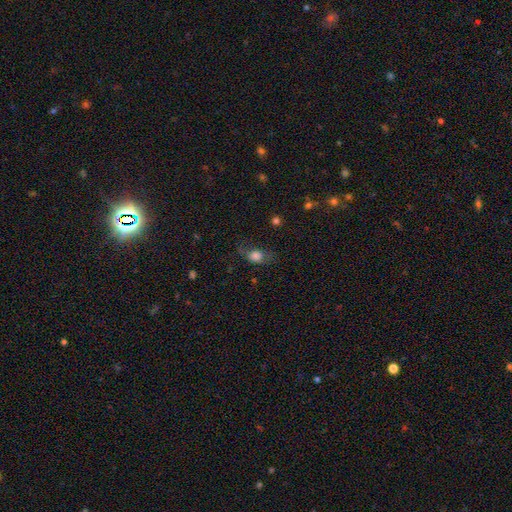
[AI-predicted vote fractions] This is likely a smooth galaxy (74%). How rounded: possibly in between (56%). Merging: possibly none (53%).